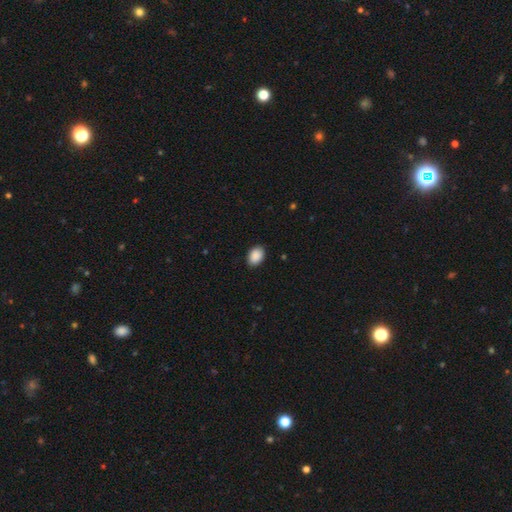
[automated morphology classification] Smooth or featured: smooth — 90% (star or artifact — 7%)
How rounded: in between — 82% (round — 17%)
Merging: none — 88% (minor disturbance — 9%)